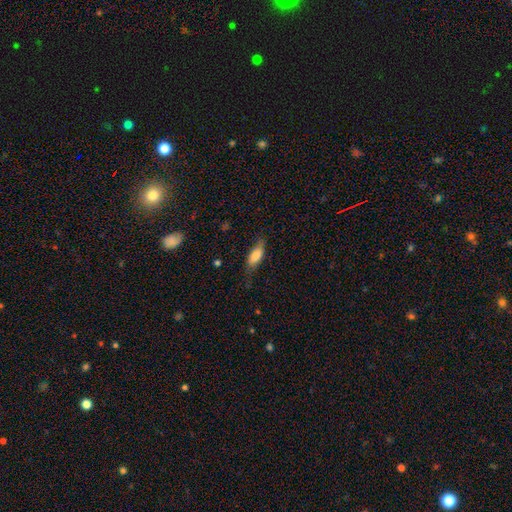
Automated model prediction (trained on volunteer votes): smooth 71%, featured or disk 22%, star or artifact 7%. Down the decision tree: how rounded — in between (75%); merging — none (57%).